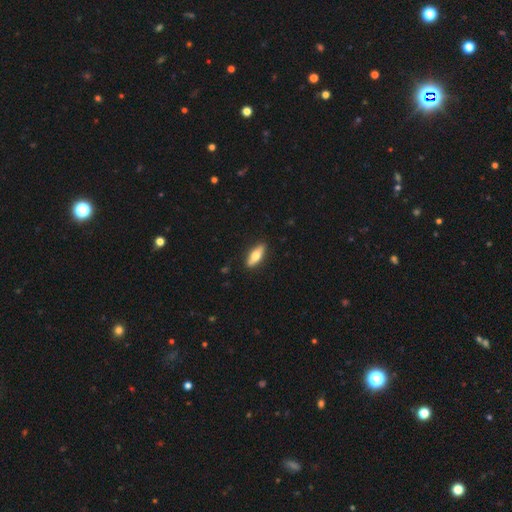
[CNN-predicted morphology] The model was most divided on "how rounded": in between: 59%, cigar-shaped: 38%, round: 3%. More confident: merging — none (88%); smooth or featured — smooth (63%).